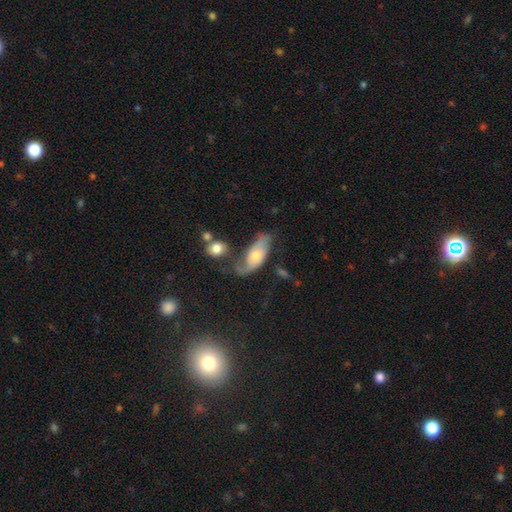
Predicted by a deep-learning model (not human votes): smooth_or_featured: smooth (p=0.47) [alt: featured or disk p=0.46]
merging: none (p=0.31) [alt: major disturbance p=0.29]